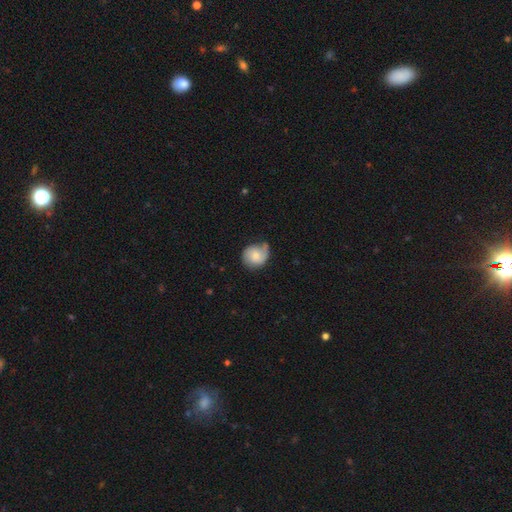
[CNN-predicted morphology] Smooth or featured?
  - smooth: 47% *
  - featured or disk: 46%
  - star or artifact: 7%
Merging?
  - none: 53% *
  - minor disturbance: 32%
  - major disturbance: 13%
  - merger: 3%